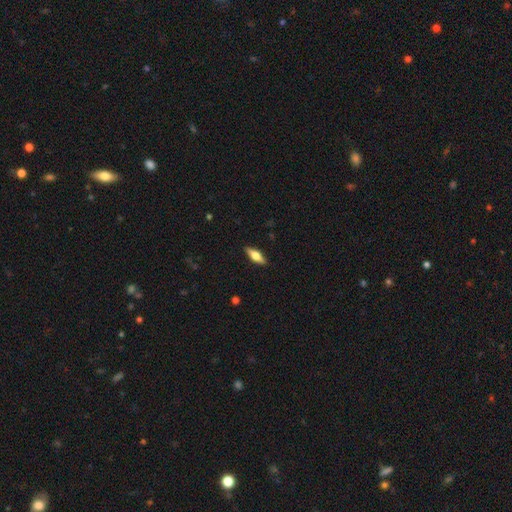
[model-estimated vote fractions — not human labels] This is possibly a smooth galaxy (47%, tied with featured or disk). Merging: clearly none (89%).